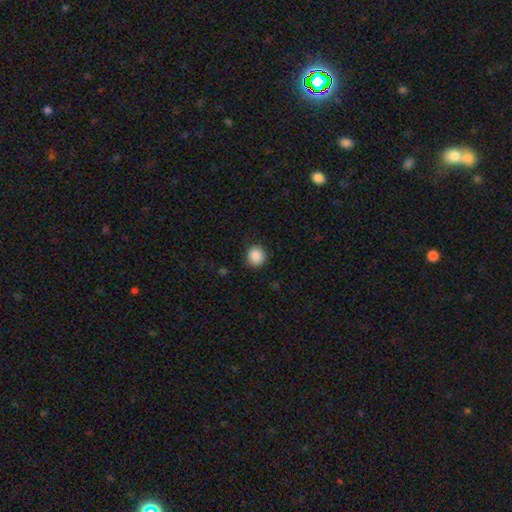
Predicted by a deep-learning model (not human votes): Smooth or featured?
  - smooth: 88% *
  - star or artifact: 9%
  - featured or disk: 3%
How rounded?
  - round: 88% *
  - in between: 11%
  - cigar-shaped: 1%
Merging?
  - none: 87% *
  - minor disturbance: 9%
  - major disturbance: 3%
  - merger: 1%